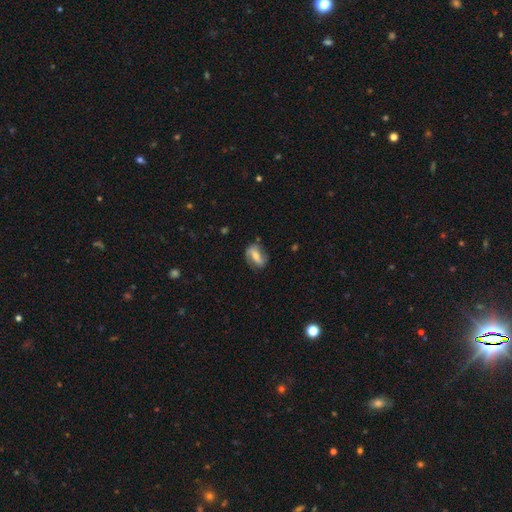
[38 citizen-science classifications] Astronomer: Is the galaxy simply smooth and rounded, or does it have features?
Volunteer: featured or disk — 53% (runner-up: smooth, 42%).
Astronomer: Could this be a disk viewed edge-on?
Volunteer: no — 90%.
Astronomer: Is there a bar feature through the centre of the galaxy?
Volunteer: strong — 50% (runner-up: weak, 39%).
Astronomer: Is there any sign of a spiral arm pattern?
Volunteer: yes — 83%.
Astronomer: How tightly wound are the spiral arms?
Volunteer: loose — 40% (runner-up: medium, 33%).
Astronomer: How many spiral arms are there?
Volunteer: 2 — 93%.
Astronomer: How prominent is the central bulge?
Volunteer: small — 44% (runner-up: moderate, 39%).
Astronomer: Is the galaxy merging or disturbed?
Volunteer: none — 78%.